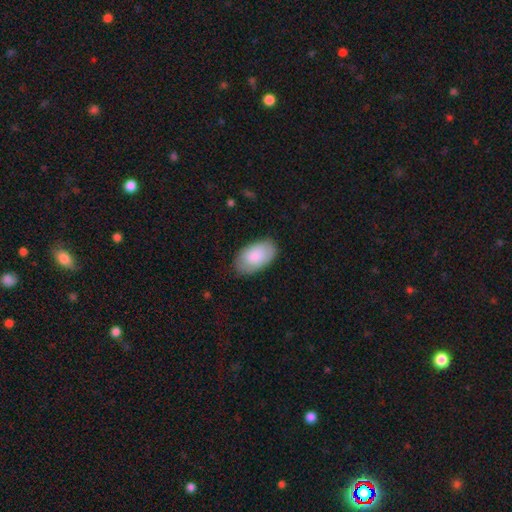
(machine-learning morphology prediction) type=smooth (82%); roundness=in between (95%); merging=none (79%).